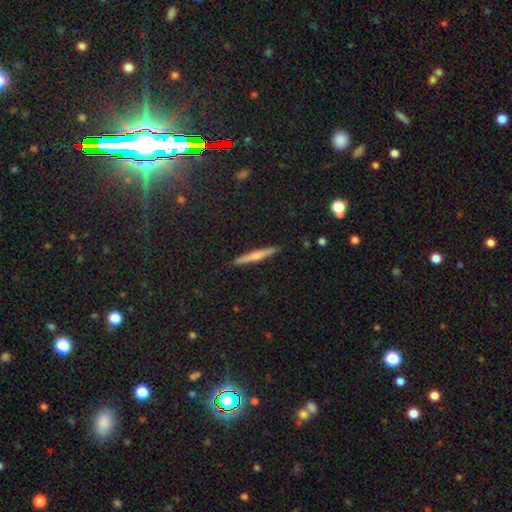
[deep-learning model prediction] smooth-or-featured: smooth: 49% | featured or disk: 43% | star or artifact: 8%
  merging: none: 91% | minor disturbance: 6% | major disturbance: 1% | merger: 1%